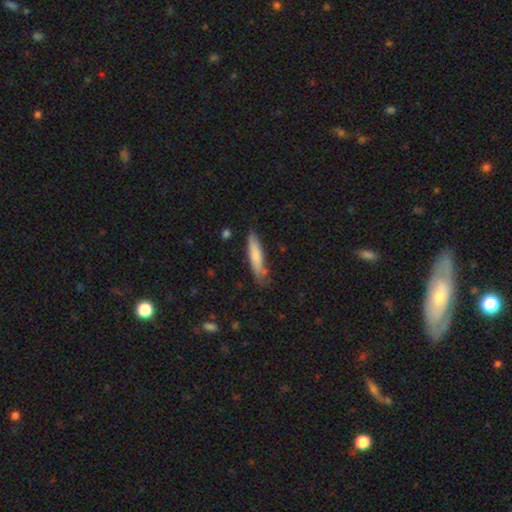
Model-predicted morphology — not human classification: Smooth or featured? smooth (76%)
How rounded? cigar-shaped (82%)
Merging? none (71%)